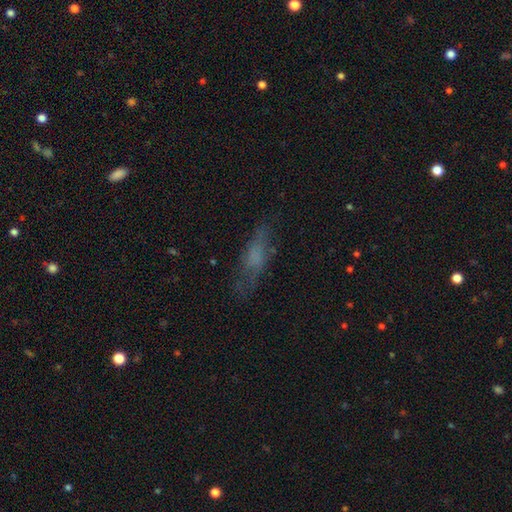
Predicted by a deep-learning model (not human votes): This appears to be a smooth galaxy with no disk features (52%) that is cigar-shaped (51%). Merging: none (63%).